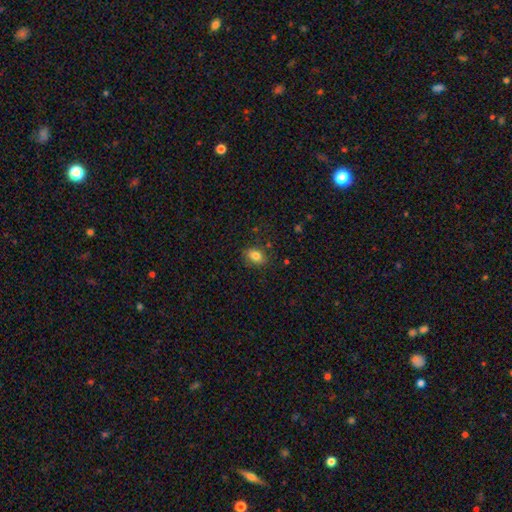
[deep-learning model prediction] Smooth or featured? Predicted: smooth (p=0.81). How rounded? Predicted: in between (p=0.77). Merging? Predicted: none (p=0.82).